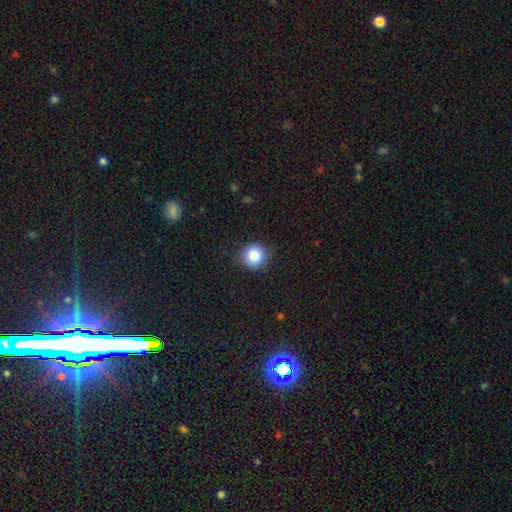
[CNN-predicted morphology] Smooth or featured? Predicted: smooth (p=0.84). How rounded? Predicted: round (p=0.92). Merging? Predicted: none (p=0.87).